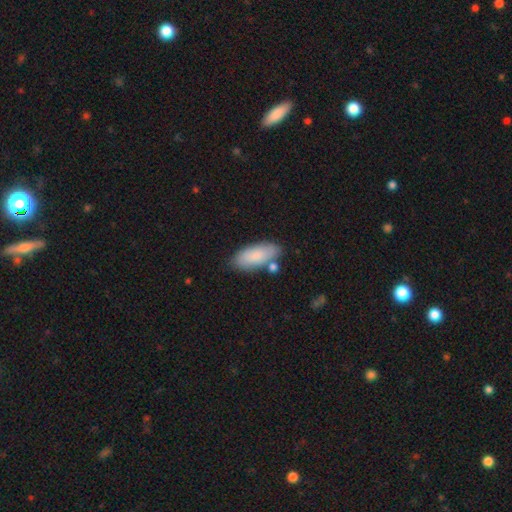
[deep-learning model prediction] Morphology: type=smooth (84%); roundness=in between (85%); merging=none (71%).